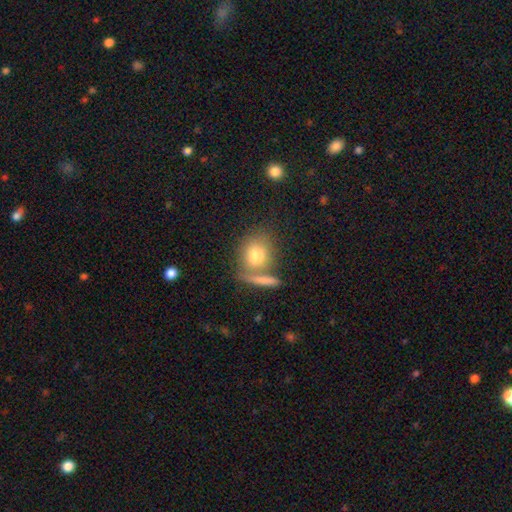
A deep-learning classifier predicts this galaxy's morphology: Smooth or featured? Predicted: smooth (p=0.77). How rounded? Predicted: round (p=0.64). Merging? Predicted: none (p=0.56).